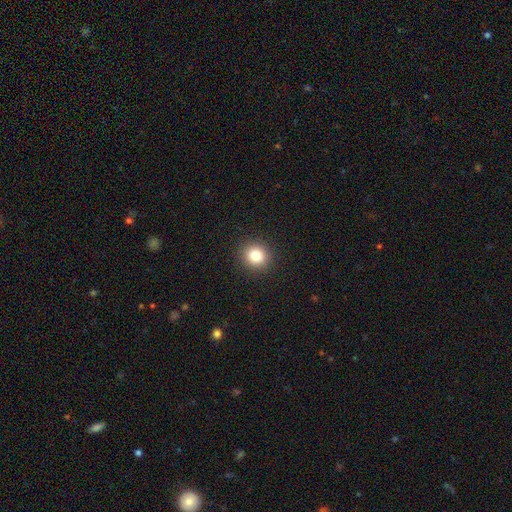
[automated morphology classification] Smooth or featured? Predicted: smooth (p=0.82). How rounded? Predicted: round (p=0.87). Merging? Predicted: none (p=0.92).